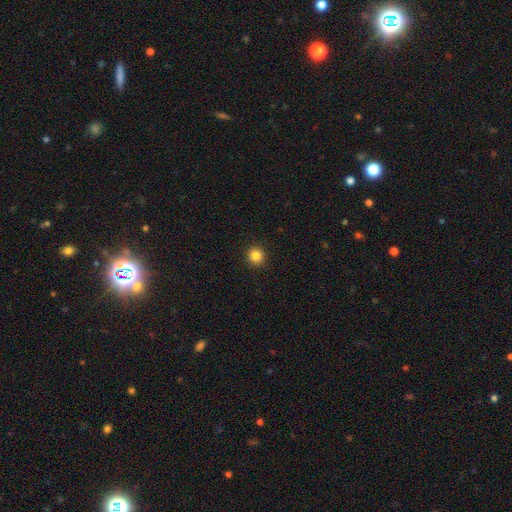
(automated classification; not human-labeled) Q: Smooth or featured?
A: smooth (85%); runner-up: star or artifact (11%)
Q: How rounded?
A: round (93%); runner-up: in between (6%)
Q: Merging?
A: none (93%); runner-up: minor disturbance (5%)